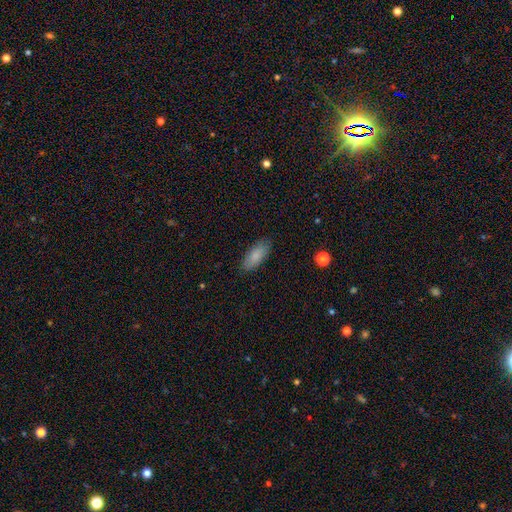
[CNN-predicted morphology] This is clearly a smooth galaxy (86%). How rounded: likely in between (78%). Merging: clearly none (86%).